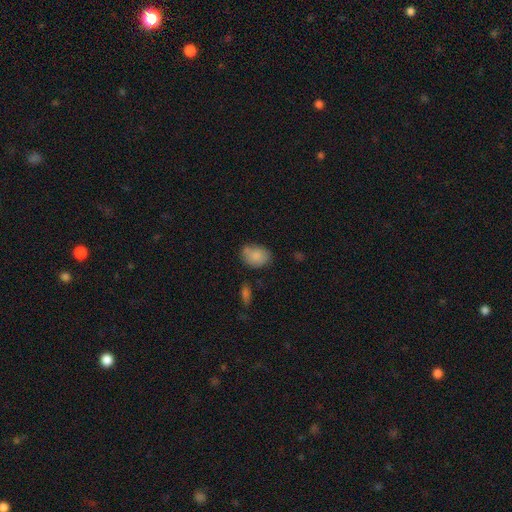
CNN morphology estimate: smooth_or_featured: smooth (p=0.82) [alt: featured or disk p=0.10]
how_rounded: in between (p=0.69) [alt: round p=0.30]
merging: none (p=0.58) [alt: minor disturbance p=0.25]